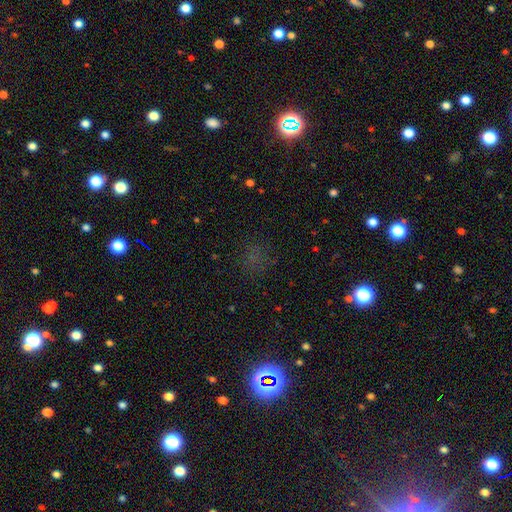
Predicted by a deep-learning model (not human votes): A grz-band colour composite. It shows a star or artifact, not a galaxy (52%).